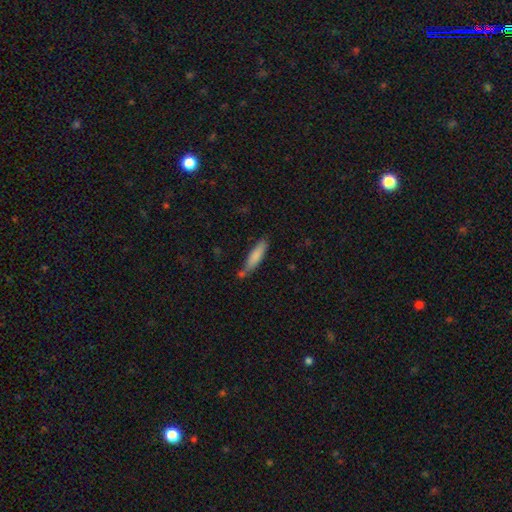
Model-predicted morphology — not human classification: A smooth galaxy with no disk features (81%) that is cigar-shaped (76%).

Vote fractions:
- Smooth or featured? smooth: 81% / featured or disk: 13% / star or artifact: 6%
- How rounded? cigar-shaped: 76% / in between: 23% / round: 1%
- Merging? none: 64% / minor disturbance: 21% / merger: 11% / major disturbance: 5%